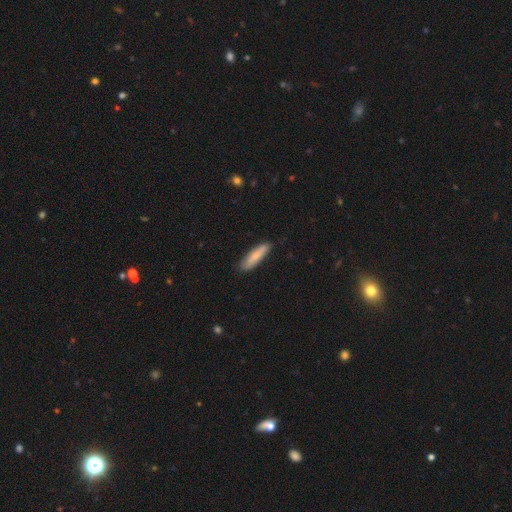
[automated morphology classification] Q: Smooth or featured?
A: smooth (76%); runner-up: featured or disk (18%)
Q: How rounded?
A: cigar-shaped (74%); runner-up: in between (24%)
Q: Merging?
A: none (84%); runner-up: minor disturbance (13%)